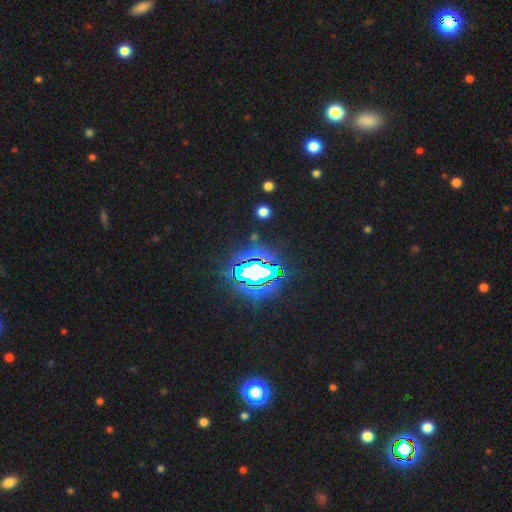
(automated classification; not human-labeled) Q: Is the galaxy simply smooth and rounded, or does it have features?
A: star or artifact — 83%.